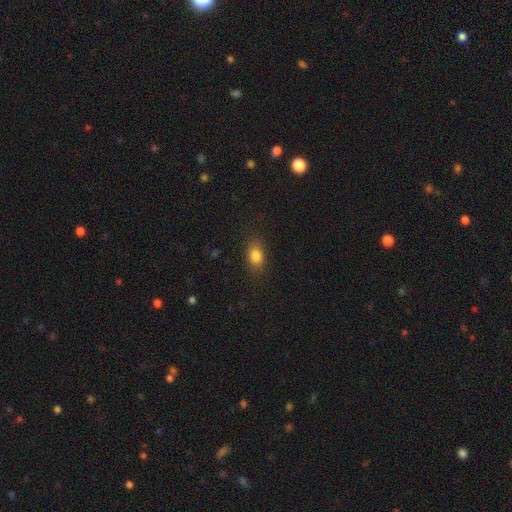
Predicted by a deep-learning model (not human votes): smooth-or-featured: smooth: 84% | star or artifact: 10% | featured or disk: 7%
  how-rounded: in between: 80% | round: 16% | cigar-shaped: 4%
  merging: none: 83% | minor disturbance: 12% | major disturbance: 4% | merger: 1%